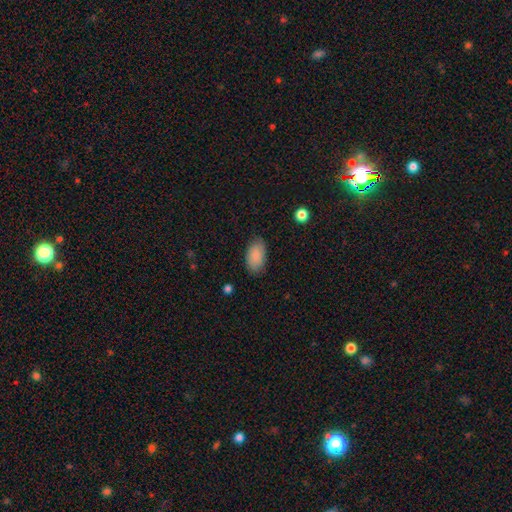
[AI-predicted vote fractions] This is clearly a smooth galaxy (89%). How rounded: clearly in between (94%). Merging: clearly none (83%).